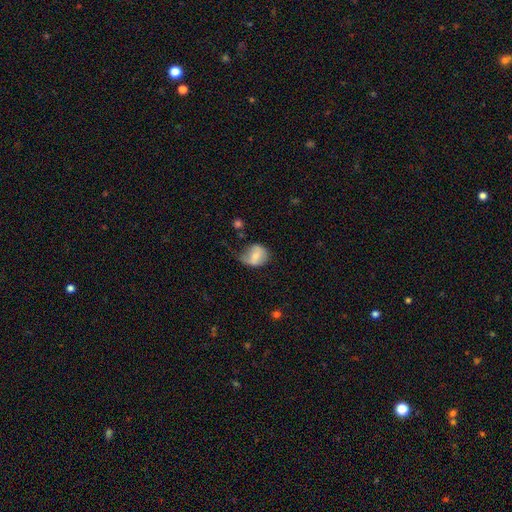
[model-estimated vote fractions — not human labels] smooth_or_featured: smooth (p=0.63) [alt: featured or disk p=0.29]
how_rounded: round (p=0.56) [alt: in between p=0.43]
merging: none (p=0.39) [alt: minor disturbance p=0.37]